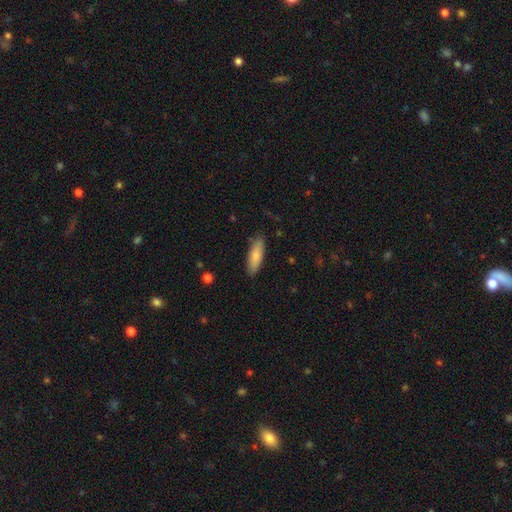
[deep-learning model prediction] Smooth or featured?
  - smooth: 79% *
  - featured or disk: 15%
  - star or artifact: 6%
How rounded?
  - in between: 52% *
  - cigar-shaped: 46%
  - round: 2%
Merging?
  - none: 85% *
  - minor disturbance: 12%
  - major disturbance: 2%
  - merger: 1%